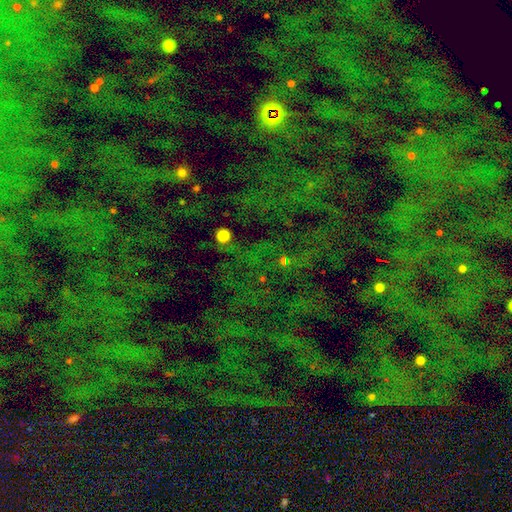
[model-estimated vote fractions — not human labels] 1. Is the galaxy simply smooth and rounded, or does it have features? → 77% star or artifact, 14% smooth, 9% featured or disk.